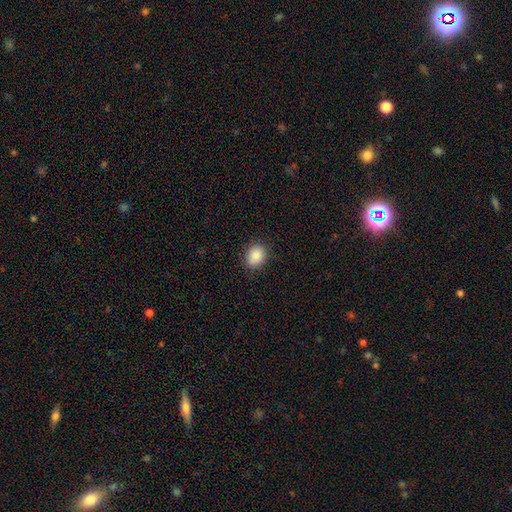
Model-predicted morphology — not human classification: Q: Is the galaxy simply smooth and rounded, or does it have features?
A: smooth — 89%.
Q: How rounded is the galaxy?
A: in between — 50%.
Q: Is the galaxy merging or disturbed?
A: none — 85%.